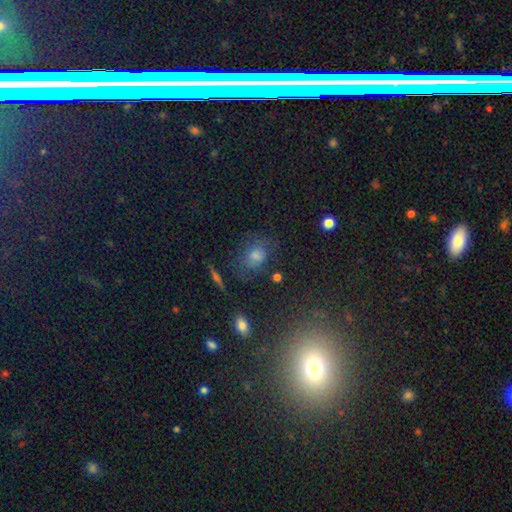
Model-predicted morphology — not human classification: A smooth galaxy with no disk features (58%) that is in between round and cigar-shaped (57%).

Vote fractions:
- Smooth or featured? smooth: 58% / star or artifact: 22% / featured or disk: 20%
- How rounded? in between: 57% / round: 41% / cigar-shaped: 2%
- Merging? none: 67% / minor disturbance: 20% / major disturbance: 10% / merger: 3%